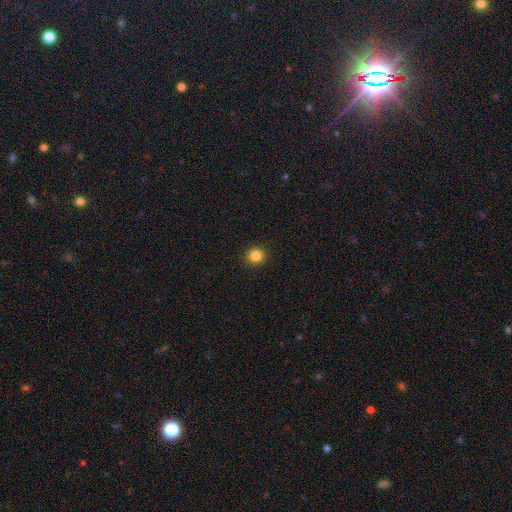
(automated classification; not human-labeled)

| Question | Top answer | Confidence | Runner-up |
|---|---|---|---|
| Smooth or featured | smooth | 84% | star or artifact (11%) |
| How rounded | round | 91% | in between (8%) |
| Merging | none | 93% | minor disturbance (5%) |